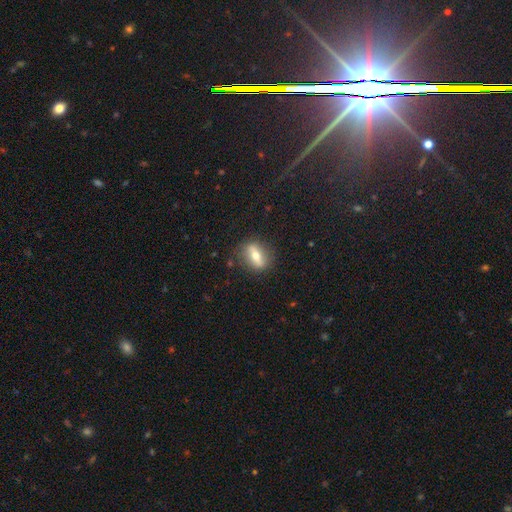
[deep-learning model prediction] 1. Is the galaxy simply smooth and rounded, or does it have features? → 48% smooth, 43% featured or disk, 9% star or artifact.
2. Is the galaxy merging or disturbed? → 83% none, 12% minor disturbance, 4% major disturbance, 1% merger.